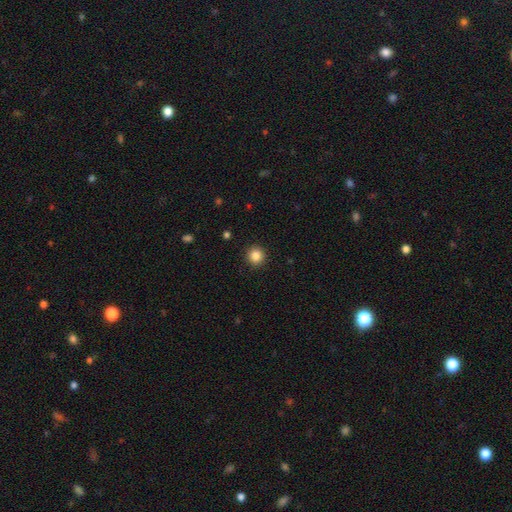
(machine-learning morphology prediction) Smooth or featured?
  - smooth: 85% *
  - star or artifact: 11%
  - featured or disk: 4%
How rounded?
  - round: 94% *
  - in between: 5%
  - cigar-shaped: 1%
Merging?
  - none: 92% *
  - minor disturbance: 5%
  - major disturbance: 2%
  - merger: 1%